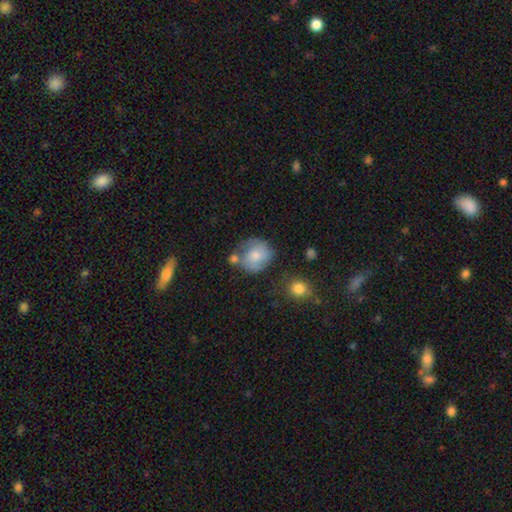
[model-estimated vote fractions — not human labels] smooth_or_featured: smooth (p=0.63) [alt: featured or disk p=0.29]
how_rounded: round (p=0.78) [alt: in between p=0.21]
merging: none (p=0.50) [alt: minor disturbance p=0.24]